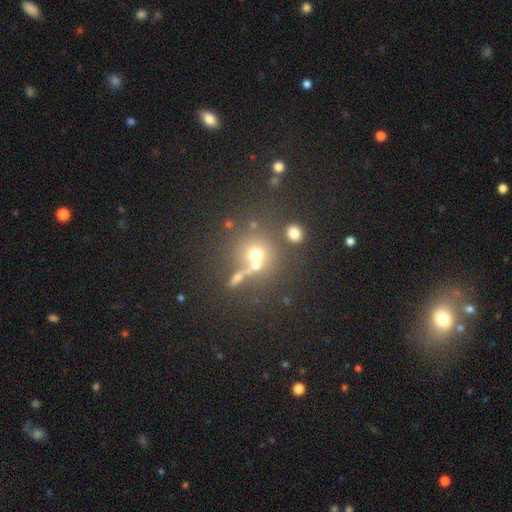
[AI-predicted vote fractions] This is possibly a smooth galaxy (56%). How rounded: clearly round (89%). Merging: possibly none (58%).